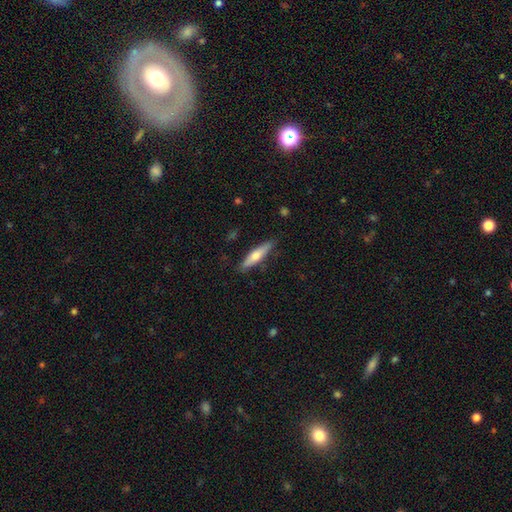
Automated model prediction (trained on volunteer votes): Smooth or featured? smooth (52%)
How rounded? cigar-shaped (80%)
Merging? none (85%)